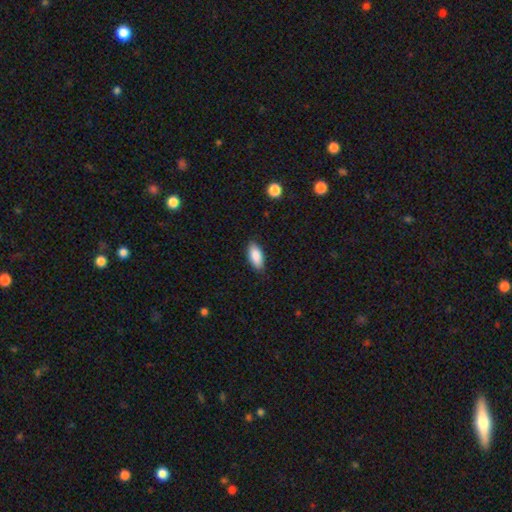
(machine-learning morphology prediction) Smooth or featured? Predicted: smooth (p=0.88). How rounded? Predicted: in between (p=0.88). Merging? Predicted: none (p=0.86).